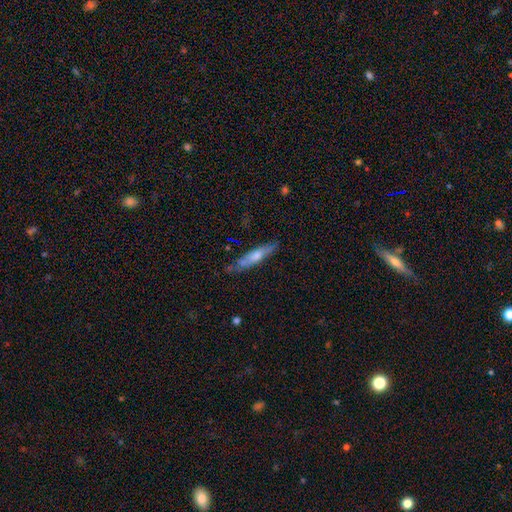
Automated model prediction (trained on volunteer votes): Morphology: type=featured or disk (56%); edge-on=yes (80%); merging=none (80%).